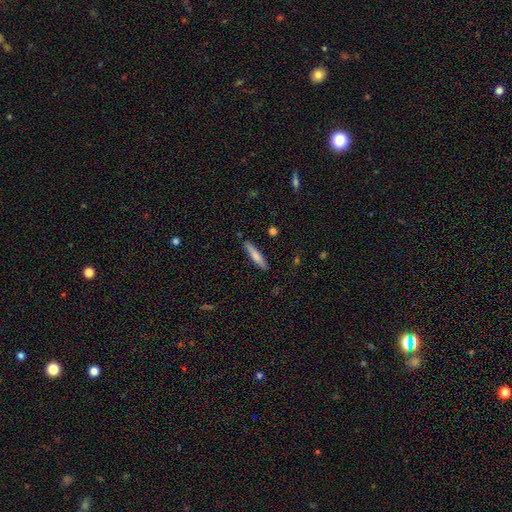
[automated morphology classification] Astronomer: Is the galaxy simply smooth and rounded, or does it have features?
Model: smooth — 70%.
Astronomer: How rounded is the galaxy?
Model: cigar-shaped — 89%.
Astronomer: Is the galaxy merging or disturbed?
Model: none — 87%.